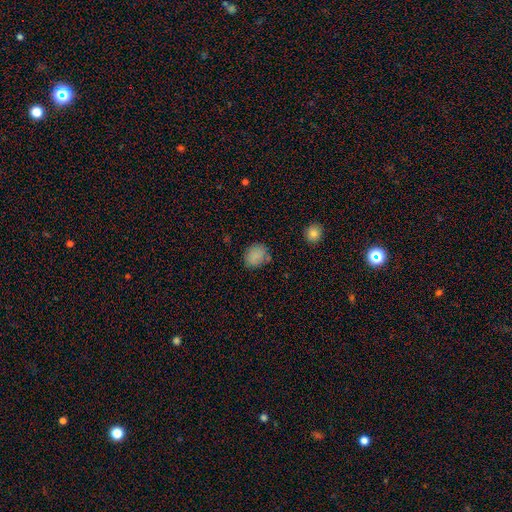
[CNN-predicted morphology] A smooth galaxy with no disk features (84%) that is round (63%).

Vote fractions:
- Smooth or featured? smooth: 84% / star or artifact: 11% / featured or disk: 6%
- How rounded? round: 63% / in between: 36% / cigar-shaped: 1%
- Merging? none: 75% / minor disturbance: 18% / major disturbance: 5% / merger: 3%